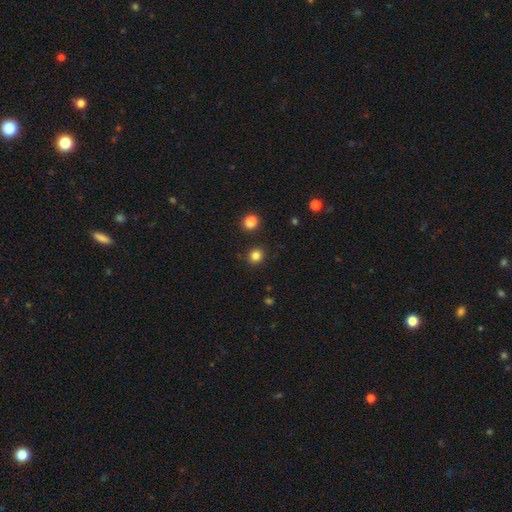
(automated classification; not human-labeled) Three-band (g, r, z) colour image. It shows a smooth galaxy with no disk features (83%) that is round (83%). Merging: none (89%).